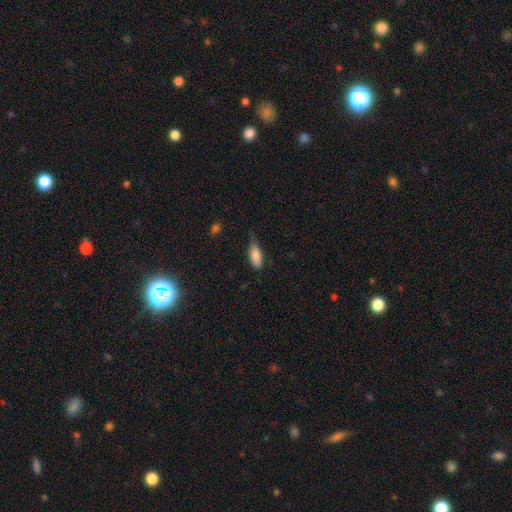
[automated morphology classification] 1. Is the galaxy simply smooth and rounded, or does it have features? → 84% smooth, 9% featured or disk, 7% star or artifact.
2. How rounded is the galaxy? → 81% in between, 16% cigar-shaped, 2% round.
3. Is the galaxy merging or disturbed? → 44% none, 43% minor disturbance, 10% major disturbance, 2% merger.